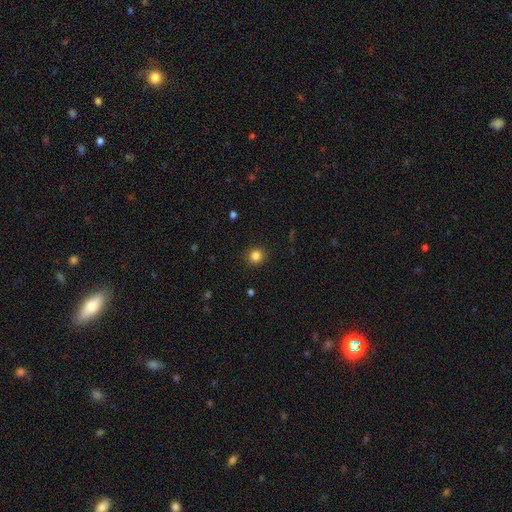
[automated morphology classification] The model was most divided on "smooth or featured": smooth: 84%, star or artifact: 11%, featured or disk: 4%. More confident: how rounded — round (91%); merging — none (91%).